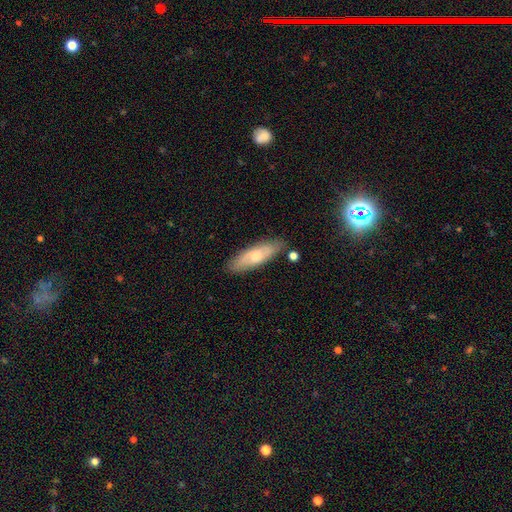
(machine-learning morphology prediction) A smooth galaxy with no disk features (59%) that is in between round and cigar-shaped (50%). Merging: none (78%).